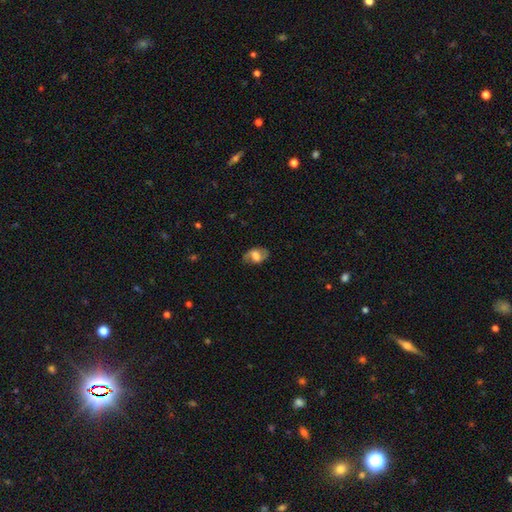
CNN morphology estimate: A featured or disk galaxy (57%) with a weak bar (44%), spiral arms (82%) and a large central bulge (42%). Merging: none (73%).